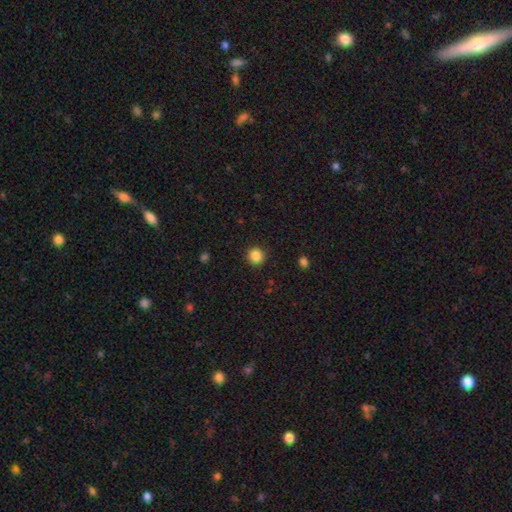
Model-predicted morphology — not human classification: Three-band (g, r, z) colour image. It shows a smooth galaxy with no disk features (85%) that is round (93%). Merging: none (91%).